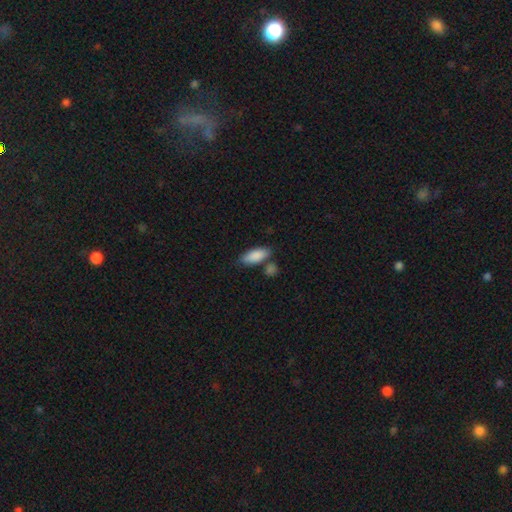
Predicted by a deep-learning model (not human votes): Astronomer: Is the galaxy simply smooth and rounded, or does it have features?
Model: smooth — 88%.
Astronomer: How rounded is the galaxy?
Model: in between — 80%.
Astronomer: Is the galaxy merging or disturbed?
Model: none — 69%.